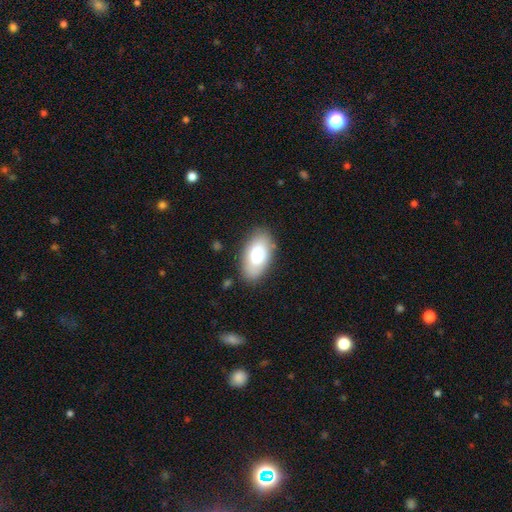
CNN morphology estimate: A smooth galaxy with no disk features (76%) that is in between round and cigar-shaped (94%).

Vote fractions:
- Smooth or featured? smooth: 76% / featured or disk: 18% / star or artifact: 7%
- How rounded? in between: 94% / round: 4% / cigar-shaped: 2%
- Merging? none: 81% / minor disturbance: 13% / major disturbance: 4% / merger: 2%